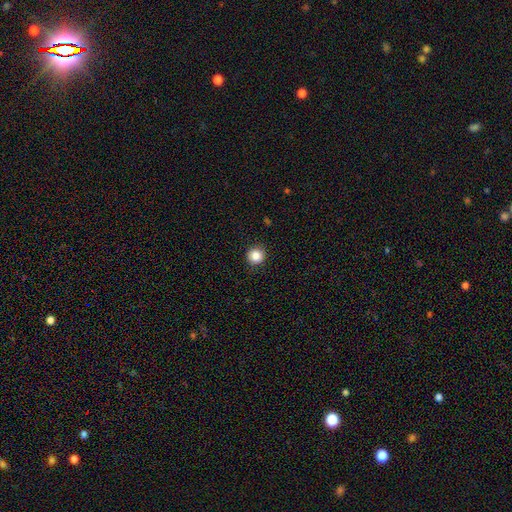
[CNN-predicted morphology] type=smooth (85%); roundness=round (95%); merging=none (91%).